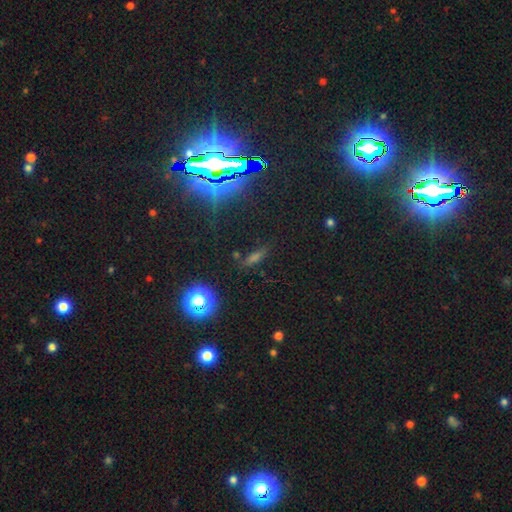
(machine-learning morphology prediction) Smooth or featured? Predicted: star or artifact (p=0.53).